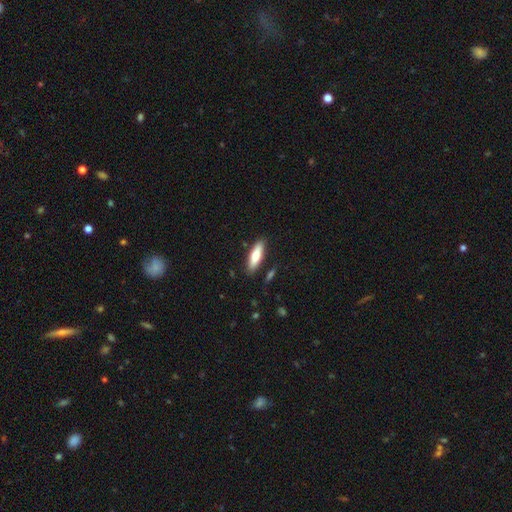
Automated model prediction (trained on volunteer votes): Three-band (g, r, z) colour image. It shows a smooth galaxy with no disk features (77%) that is cigar-shaped (54%). Merging: none (85%).